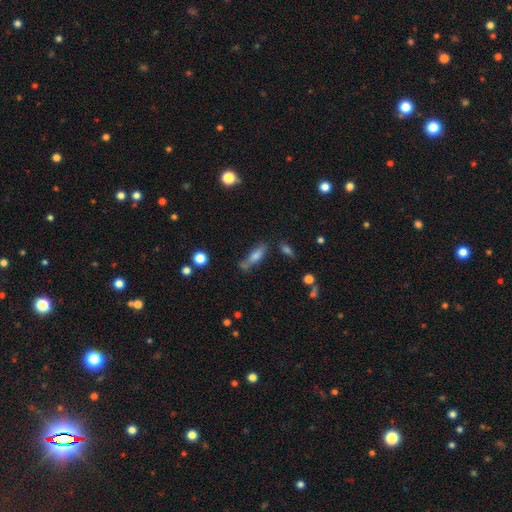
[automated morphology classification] type=smooth (72%); roundness=in between (51%); merging=none (51%).